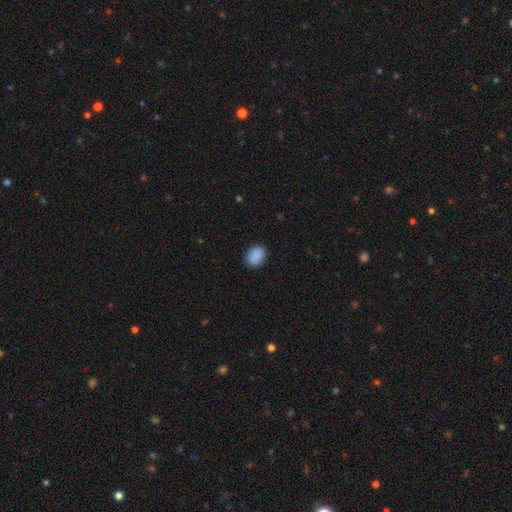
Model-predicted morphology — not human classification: smooth 89%, star or artifact 8%, featured or disk 3%. Down the decision tree: how rounded — in between (62%); merging — none (85%).